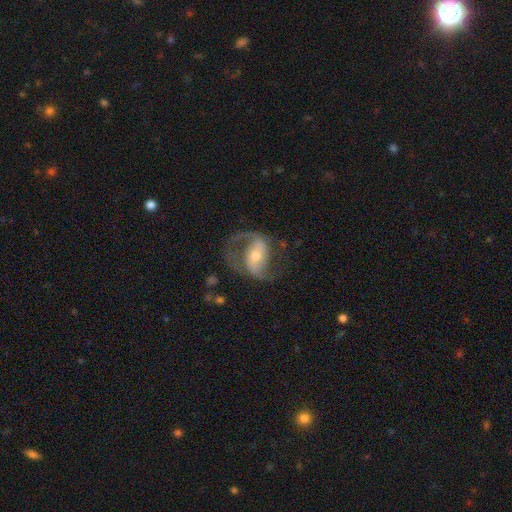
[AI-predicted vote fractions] Smooth or featured?
  - featured or disk: 82% *
  - smooth: 12%
  - star or artifact: 6%
Edge-on disk?
  - no: 97% *
  - yes: 3%
Bar?
  - strong: 36% * (tied)
  - weak: 36% * (tied)
  - no: 28%
Spiral arms?
  - yes: 91% *
  - no: 9%
Spiral winding?
  - medium: 49% *
  - loose: 37%
  - tight: 13%
Spiral arm count?
  - 2: 84% *
  - 1: 8%
  - can't tell: 5%
  - 3: 1%
  - 4: 1%
  - more than 4: 1%
Bulge size?
  - moderate: 54% *
  - small: 38%
  - large: 5%
  - none: 1%
  - dominant: 1%
Merging?
  - none: 60% *
  - major disturbance: 21%
  - minor disturbance: 17%
  - merger: 2%